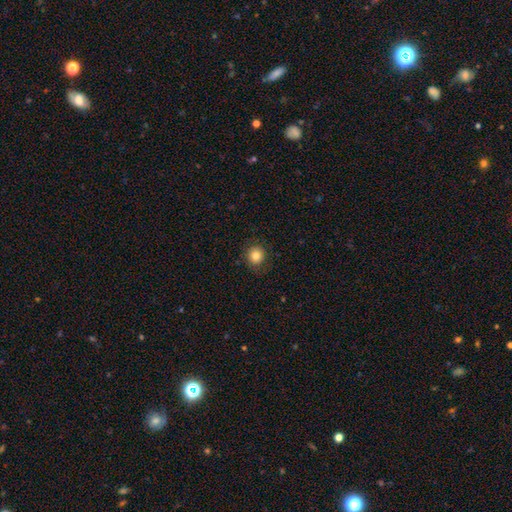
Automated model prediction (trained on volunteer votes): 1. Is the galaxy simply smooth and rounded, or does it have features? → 82% smooth, 11% star or artifact, 8% featured or disk.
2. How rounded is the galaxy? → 88% round, 11% in between, 1% cigar-shaped.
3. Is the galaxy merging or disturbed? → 85% none, 10% minor disturbance, 4% major disturbance, 1% merger.